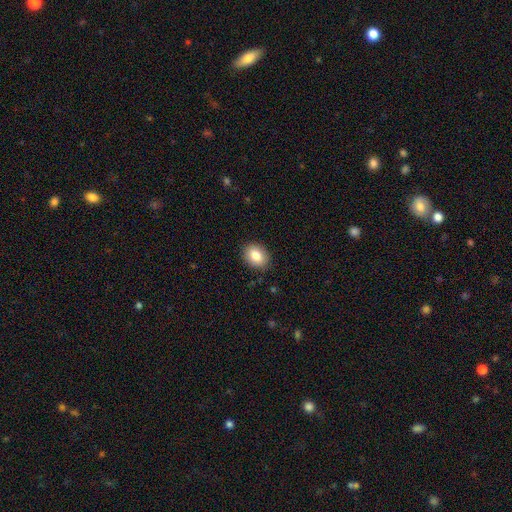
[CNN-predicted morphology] Smooth or featured?
  - smooth: 85% *
  - star or artifact: 8%
  - featured or disk: 7%
How rounded?
  - in between: 61% *
  - round: 38%
  - cigar-shaped: 1%
Merging?
  - none: 87% *
  - minor disturbance: 9%
  - major disturbance: 2%
  - merger: 1%